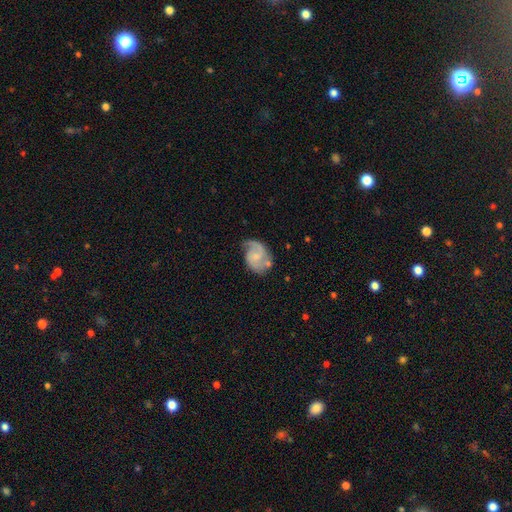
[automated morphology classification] A featured or disk galaxy (74%) with no bar (58%), 2 (70%) medium (46%) spiral arms (91%) and a small central bulge (55%). Merging: none (50%).